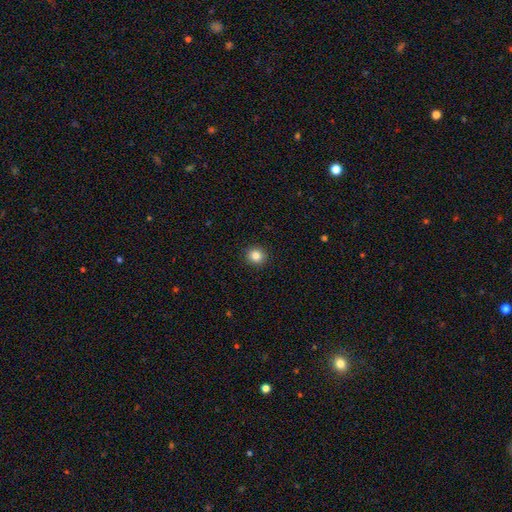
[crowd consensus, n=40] smooth 95%, featured or disk 2%, star or artifact 2%. Down the decision tree: how rounded — round (92%); merging — none (87%).